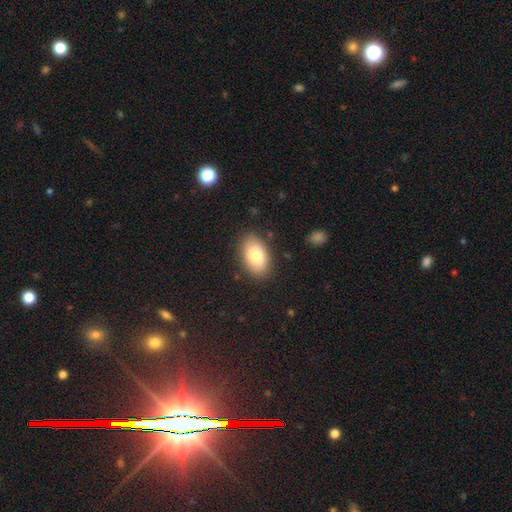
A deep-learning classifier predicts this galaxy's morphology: Q: Smooth or featured?
A: smooth (79%); runner-up: featured or disk (14%)
Q: How rounded?
A: in between (92%); runner-up: round (7%)
Q: Merging?
A: none (84%); runner-up: minor disturbance (12%)